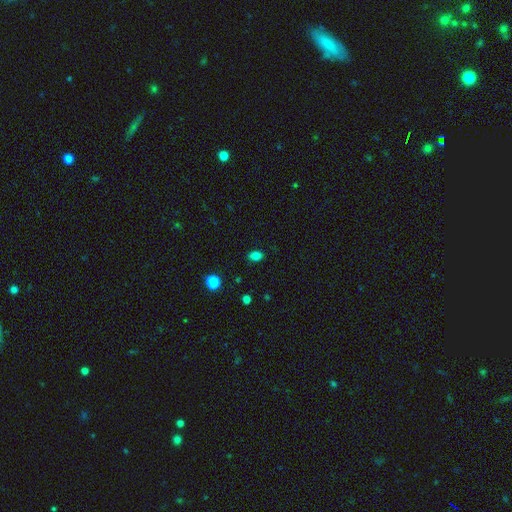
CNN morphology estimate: Smooth or featured?
  - smooth: 81% *
  - star or artifact: 13%
  - featured or disk: 6%
How rounded?
  - in between: 79% *
  - round: 19%
  - cigar-shaped: 2%
Merging?
  - none: 85% *
  - minor disturbance: 11%
  - major disturbance: 3%
  - merger: 1%